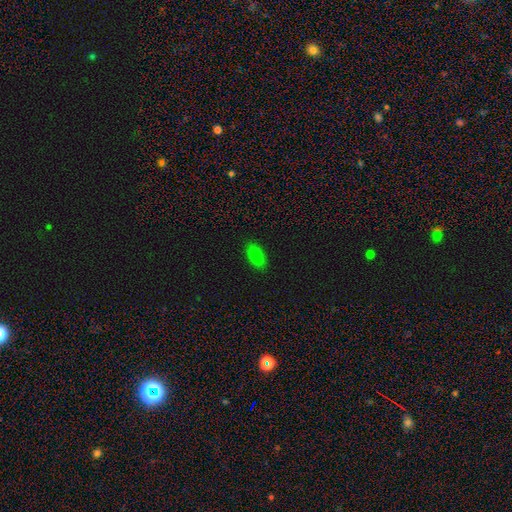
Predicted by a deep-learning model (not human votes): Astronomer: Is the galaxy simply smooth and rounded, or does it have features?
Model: smooth — 80%.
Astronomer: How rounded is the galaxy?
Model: in between — 89%.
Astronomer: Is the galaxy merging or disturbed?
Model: none — 88%.